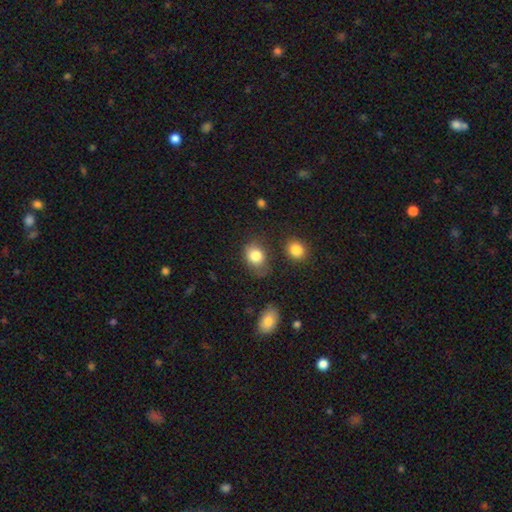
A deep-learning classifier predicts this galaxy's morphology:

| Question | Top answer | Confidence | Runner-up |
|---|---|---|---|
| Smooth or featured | smooth | 83% | star or artifact (9%) |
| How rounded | in between | 57% | round (42%) |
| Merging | none | 66% | minor disturbance (23%) |